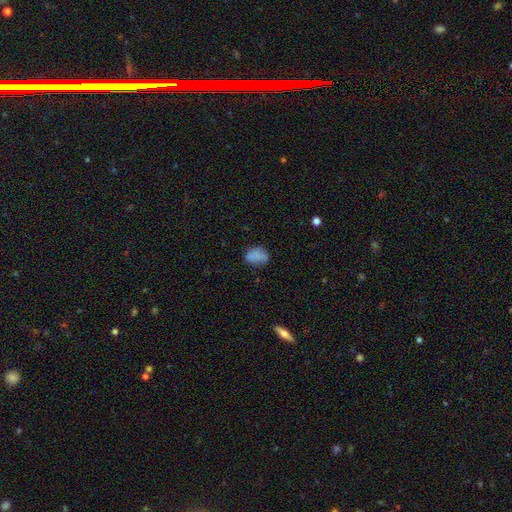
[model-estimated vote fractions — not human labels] smooth-or-featured: smooth: 79% | star or artifact: 11% | featured or disk: 10%
  how-rounded: in between: 71% | round: 28% | cigar-shaped: 1%
  merging: none: 65% | minor disturbance: 25% | major disturbance: 8% | merger: 3%